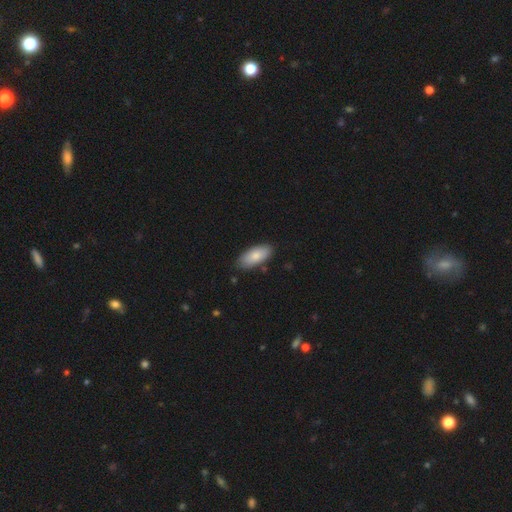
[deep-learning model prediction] A smooth galaxy with no disk features (81%) that is in between round and cigar-shaped (90%).

Vote fractions:
- Smooth or featured? smooth: 81% / featured or disk: 13% / star or artifact: 6%
- How rounded? in between: 90% / cigar-shaped: 8% / round: 2%
- Merging? none: 82% / minor disturbance: 14% / major disturbance: 2% / merger: 2%